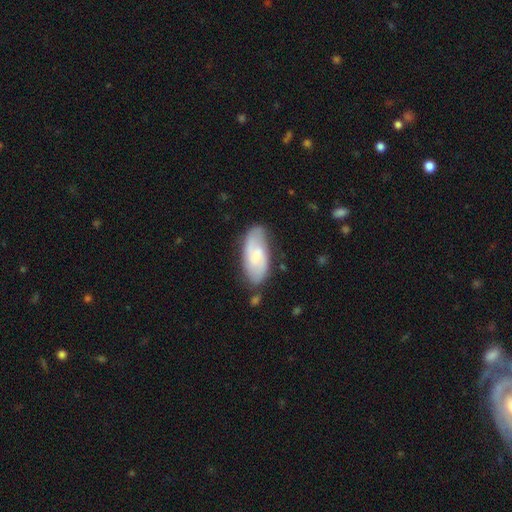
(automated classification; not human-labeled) Overall: featured or disk (47%; smooth 46%). Merging: none (72%).